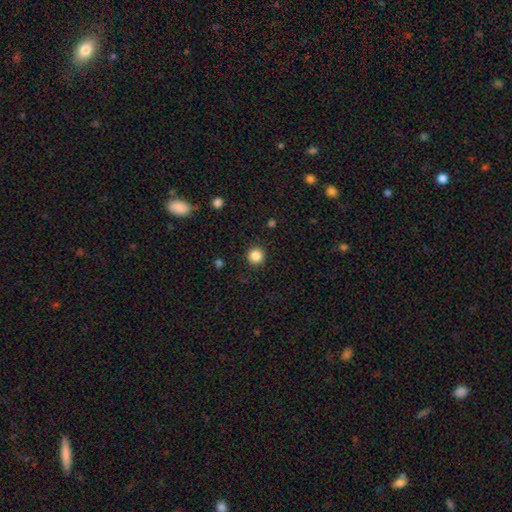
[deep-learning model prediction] smooth 86%, star or artifact 11%, featured or disk 4%. Down the decision tree: how rounded — round (95%); merging — none (91%).